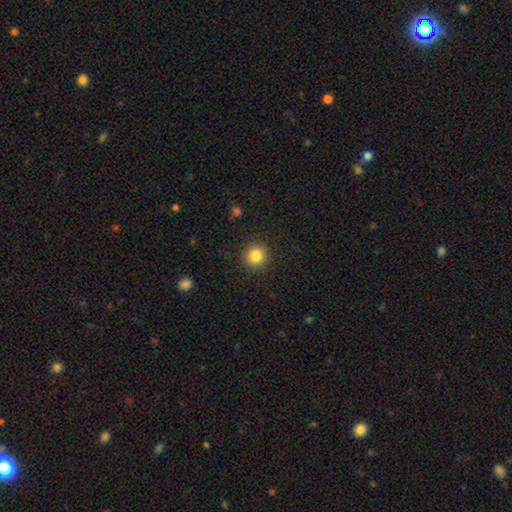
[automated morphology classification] Smooth or featured? smooth (84%)
How rounded? round (93%)
Merging? none (91%)